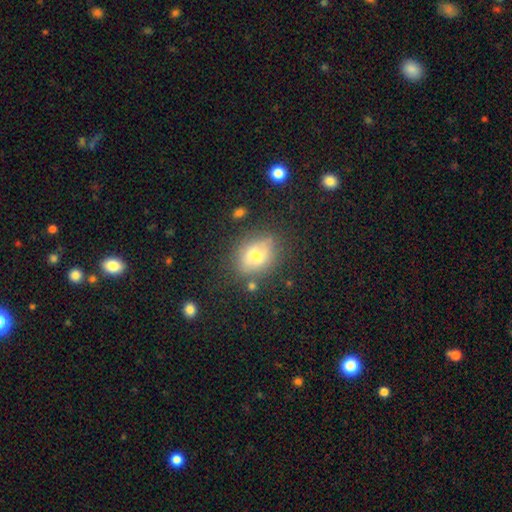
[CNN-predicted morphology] This is likely a smooth galaxy (66%). How rounded: possibly in between (49%, tied with round). Merging: likely none (75%).